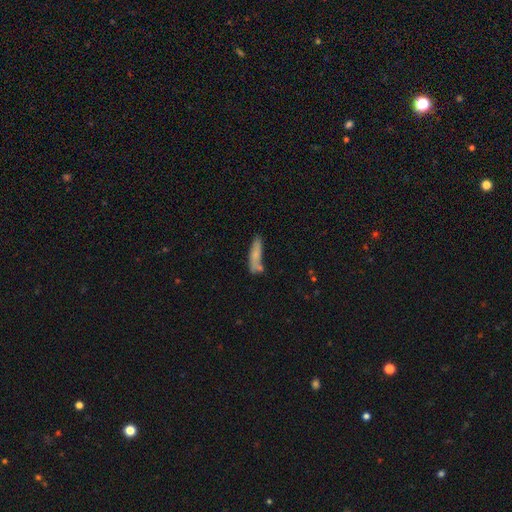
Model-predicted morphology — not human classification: Smooth or featured? smooth (71%)
How rounded? cigar-shaped (77%)
Merging? none (55%)